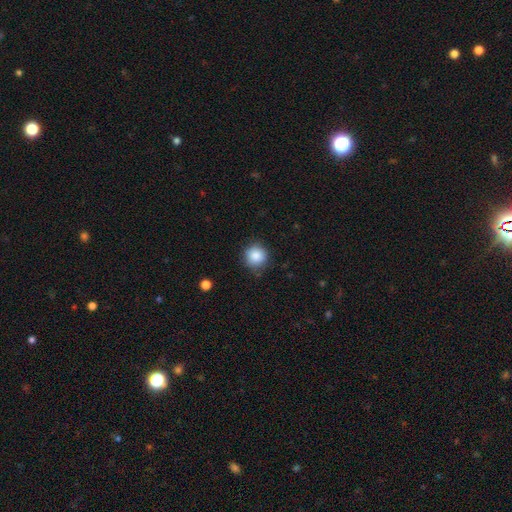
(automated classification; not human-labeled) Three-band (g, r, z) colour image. It shows a smooth galaxy with no disk features (86%) that is round (92%). Merging: none (83%).